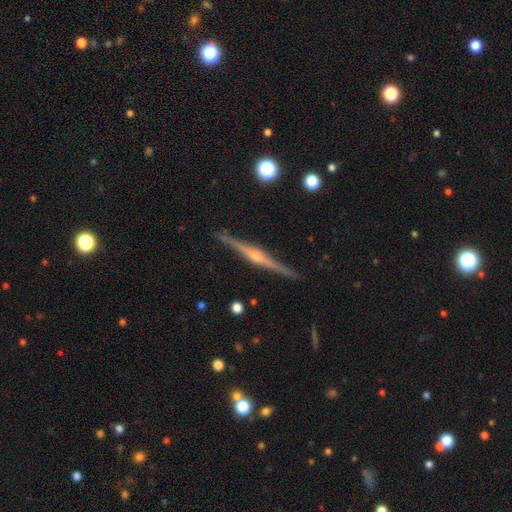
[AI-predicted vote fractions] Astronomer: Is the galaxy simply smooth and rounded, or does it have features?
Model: featured or disk — 87%.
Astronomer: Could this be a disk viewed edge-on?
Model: yes — 98%.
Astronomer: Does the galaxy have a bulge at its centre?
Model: rounded — 89%.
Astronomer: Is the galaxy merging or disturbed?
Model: none — 92%.